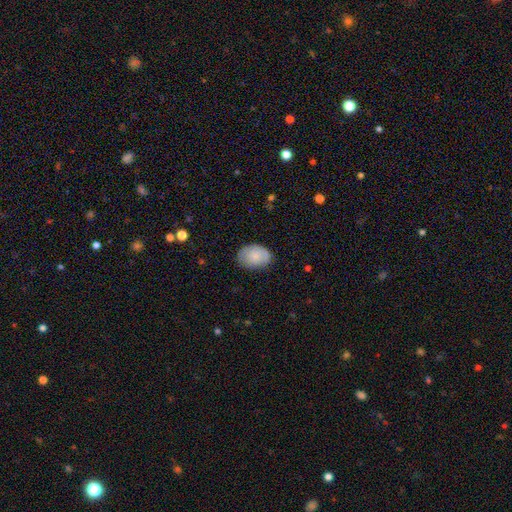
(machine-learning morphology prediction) A smooth galaxy with no disk features (80%) that is in between round and cigar-shaped (75%).

Vote fractions:
- Smooth or featured? smooth: 80% / featured or disk: 13% / star or artifact: 7%
- How rounded? in between: 75% / round: 24% / cigar-shaped: 1%
- Merging? none: 74% / minor disturbance: 20% / major disturbance: 5% / merger: 1%